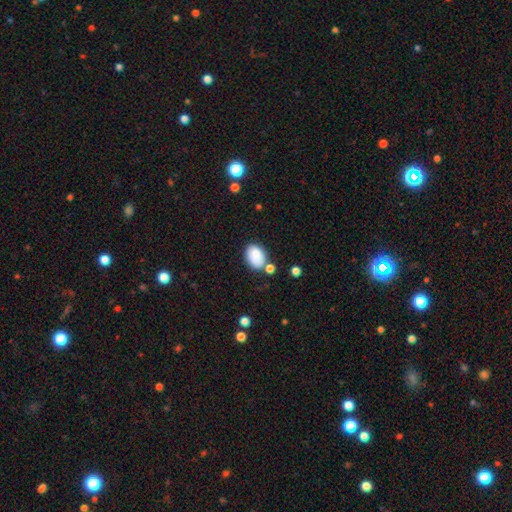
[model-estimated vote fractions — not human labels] Overall: smooth (82%). How rounded: in between (82%). Merging: none (59%; minor disturbance 20%).